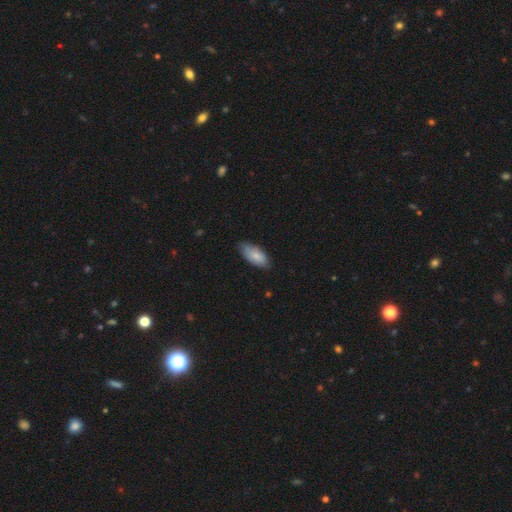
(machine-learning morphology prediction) This appears to be a smooth galaxy with no disk features (81%) that is in between round and cigar-shaped (90%). Merging: none (72%).